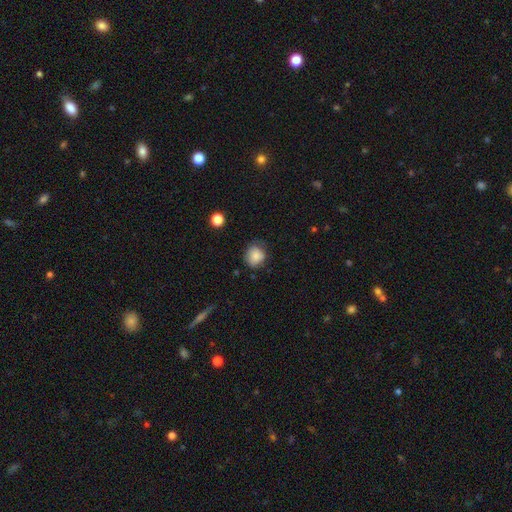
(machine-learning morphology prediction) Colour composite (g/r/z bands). It shows a smooth galaxy with no disk features (84%) that is round (74%). Merging: none (69%).